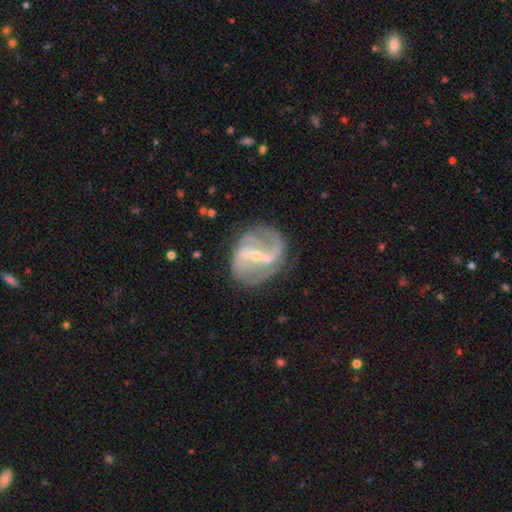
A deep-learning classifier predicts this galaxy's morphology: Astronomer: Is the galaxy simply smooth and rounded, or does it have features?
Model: featured or disk — 89%.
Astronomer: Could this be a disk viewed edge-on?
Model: no — 97%.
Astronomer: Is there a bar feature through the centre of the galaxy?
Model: strong — 46% (runner-up: weak, 40%).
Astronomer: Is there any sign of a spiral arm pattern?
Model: yes — 96%.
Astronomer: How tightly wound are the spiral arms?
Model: medium — 49% (runner-up: loose, 28%).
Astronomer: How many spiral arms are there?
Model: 2 — 62%.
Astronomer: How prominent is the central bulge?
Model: small — 69%.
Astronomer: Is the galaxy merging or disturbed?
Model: none — 69%.